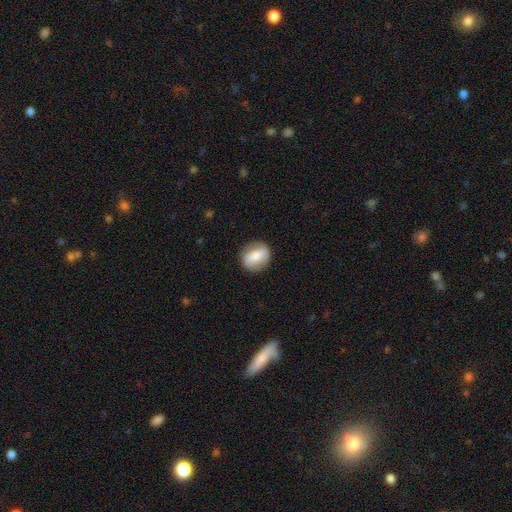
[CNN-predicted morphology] smooth_or_featured: smooth (p=0.57) [alt: featured or disk p=0.36]
how_rounded: round (p=0.62) [alt: in between p=0.35]
merging: none (p=0.85) [alt: minor disturbance p=0.10]